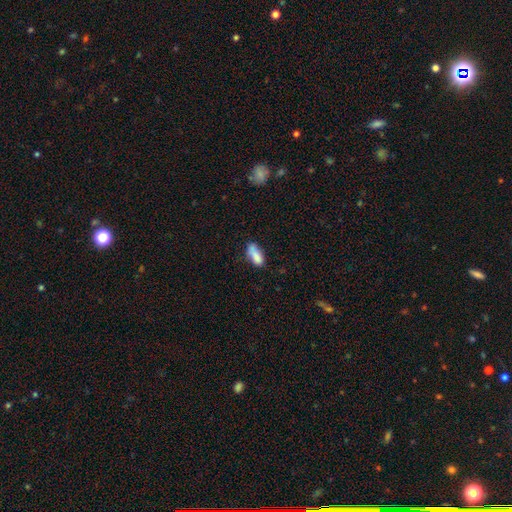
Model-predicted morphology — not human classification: The model was most divided on "merging": none: 49%, minor disturbance: 28%, merger: 12%, major disturbance: 10%. More confident: smooth or featured — smooth (80%); how rounded — in between (76%).